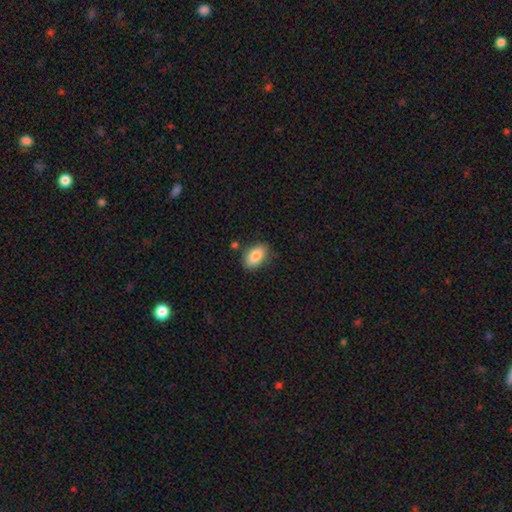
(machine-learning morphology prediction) smooth_or_featured: smooth (p=0.85) [alt: featured or disk p=0.08]
how_rounded: in between (p=0.91) [alt: round p=0.06]
merging: none (p=0.79) [alt: minor disturbance p=0.14]